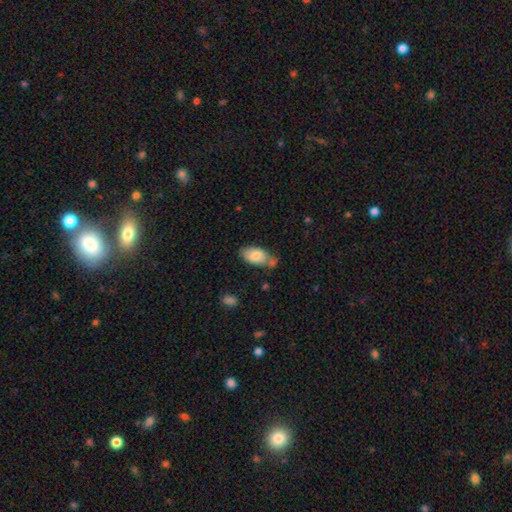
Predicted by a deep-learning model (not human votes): A smooth galaxy with no disk features (78%) that is in between round and cigar-shaped (93%).

Vote fractions:
- Smooth or featured? smooth: 78% / featured or disk: 16% / star or artifact: 7%
- How rounded? in between: 93% / cigar-shaped: 4% / round: 3%
- Merging? none: 53% / minor disturbance: 24% / merger: 16% / major disturbance: 7%